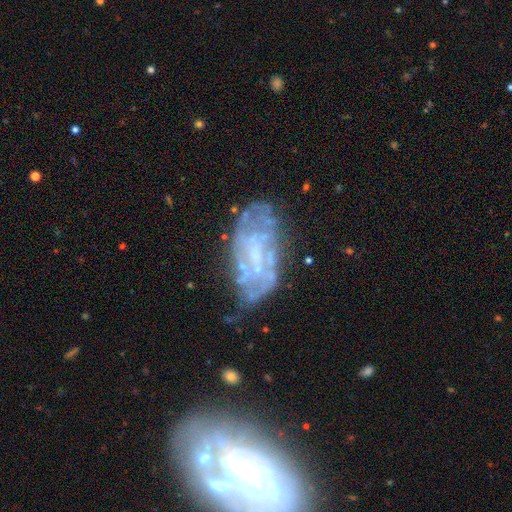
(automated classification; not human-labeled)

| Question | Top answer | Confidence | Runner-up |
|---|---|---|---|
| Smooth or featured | featured or disk | 75% | smooth (16%) |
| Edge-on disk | no | 95% | yes (5%) |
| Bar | no | 53% | weak (35%) |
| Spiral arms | yes | 56% | no (44%) |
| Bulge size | small | 44% | none (35%) |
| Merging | none | 56% | minor disturbance (24%) |